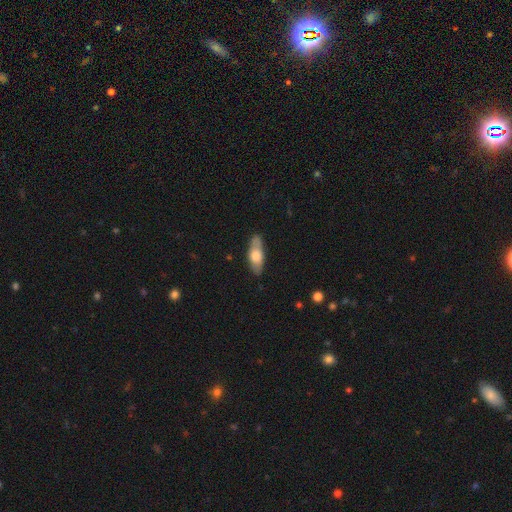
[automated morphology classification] Smooth or featured: smooth — 59% (featured or disk — 36%)
How rounded: in between — 66% (cigar-shaped — 31%)
Merging: none — 80% (minor disturbance — 15%)